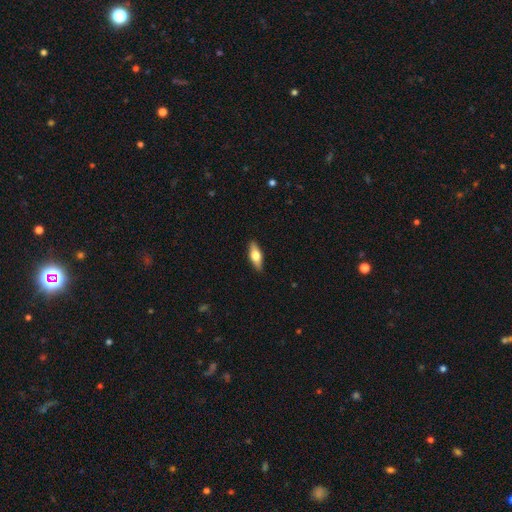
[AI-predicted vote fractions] Smooth or featured? smooth (54%)
How rounded? in between (67%)
Merging? none (89%)